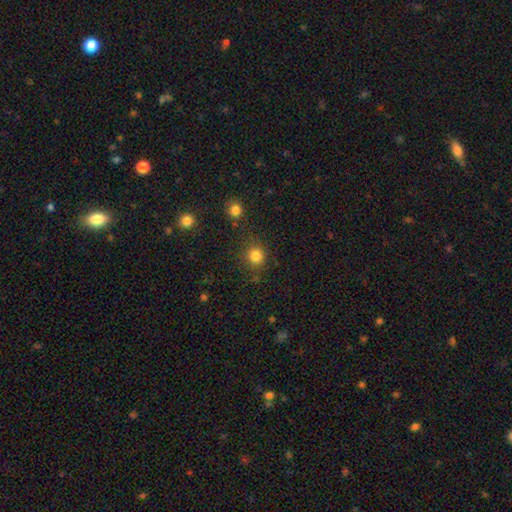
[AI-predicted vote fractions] This is clearly a smooth galaxy (83%). How rounded: clearly round (89%). Merging: clearly none (83%).